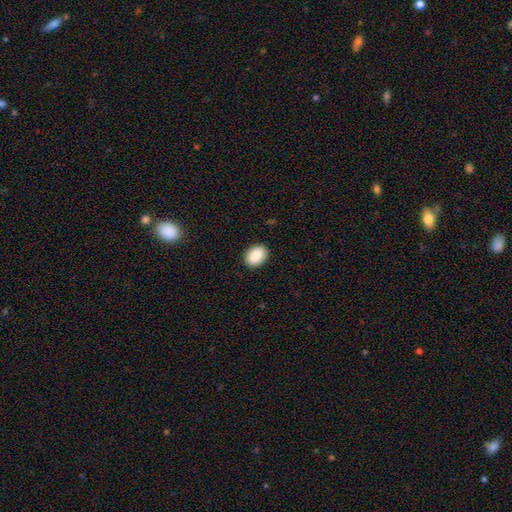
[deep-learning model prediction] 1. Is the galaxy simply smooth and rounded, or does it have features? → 87% smooth, 7% star or artifact, 5% featured or disk.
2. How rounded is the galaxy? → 69% in between, 30% round, 1% cigar-shaped.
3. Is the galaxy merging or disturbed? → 91% none, 7% minor disturbance, 2% major disturbance, 1% merger.